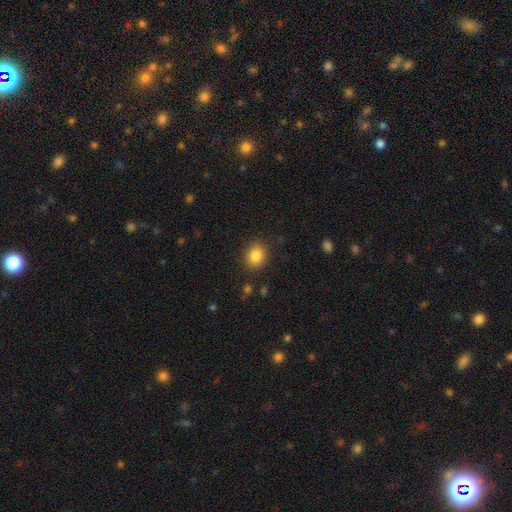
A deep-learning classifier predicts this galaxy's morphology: This appears to be a smooth galaxy with no disk features (85%) that is round (67%). Merging: none (88%).